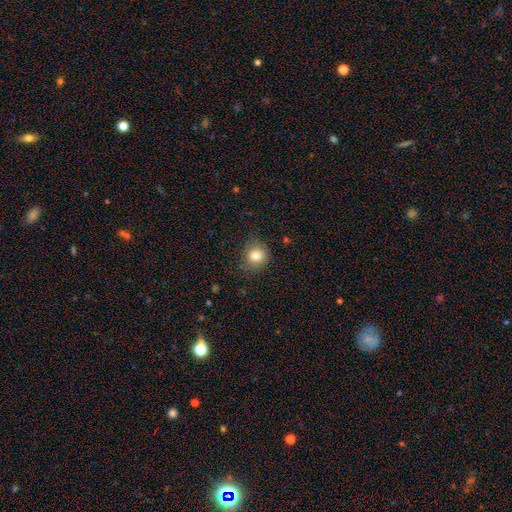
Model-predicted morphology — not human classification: Q: Smooth or featured?
A: smooth (81%); runner-up: star or artifact (11%)
Q: How rounded?
A: round (86%); runner-up: in between (13%)
Q: Merging?
A: none (81%); runner-up: minor disturbance (14%)